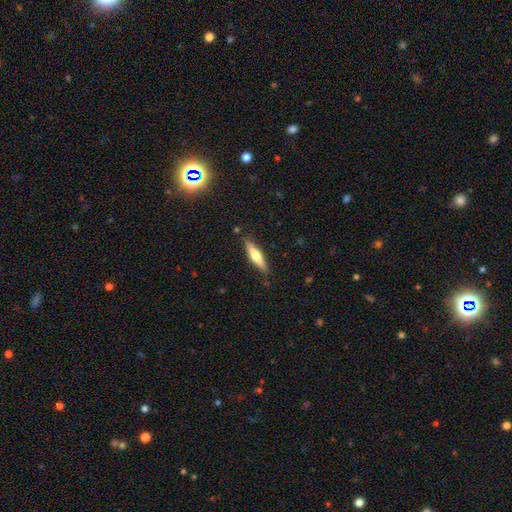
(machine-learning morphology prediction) type=smooth (49%); merging=none (86%).